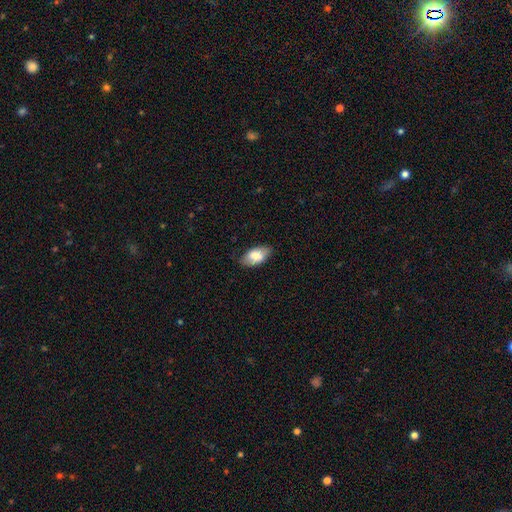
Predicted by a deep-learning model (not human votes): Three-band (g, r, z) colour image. It shows a smooth galaxy with no disk features (76%) that is in between round and cigar-shaped (93%). Merging: none (78%).